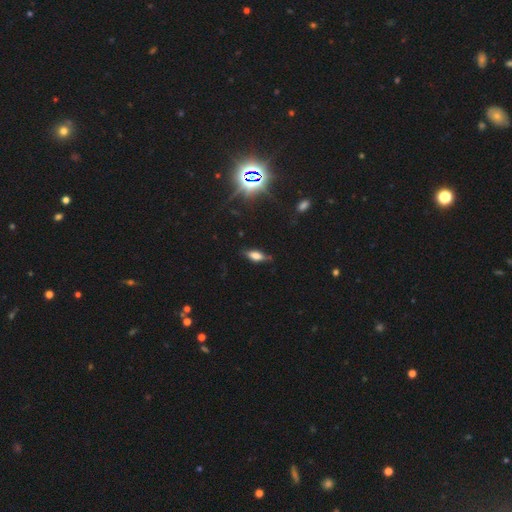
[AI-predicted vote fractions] Smooth or featured? Predicted: smooth (p=0.51). How rounded? Predicted: in between (p=0.68). Merging? Predicted: none (p=0.76).